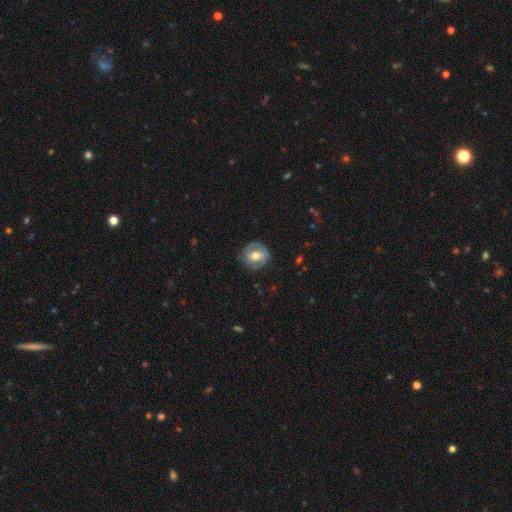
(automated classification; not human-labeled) smooth_or_featured: featured or disk (p=0.63) [alt: smooth p=0.30]
disk_edge_on: no (p=0.97) [alt: yes p=0.03]
bar: no (p=0.44) [alt: weak p=0.41]
has_spiral_arms: yes (p=0.84) [alt: no p=0.16]
spiral_winding: tight (p=0.48) [alt: medium p=0.39]
spiral_arm_count: 2 (p=0.61) [alt: can't tell p=0.17]
bulge_size: moderate (p=0.74) [alt: small p=0.17]
merging: none (p=0.81) [alt: minor disturbance p=0.14]